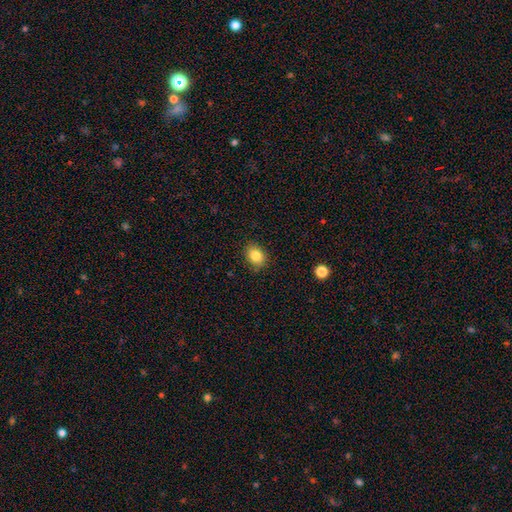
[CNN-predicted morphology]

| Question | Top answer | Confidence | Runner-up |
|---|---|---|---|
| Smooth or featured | smooth | 84% | star or artifact (9%) |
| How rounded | in between | 53% | round (46%) |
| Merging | none | 86% | minor disturbance (10%) |